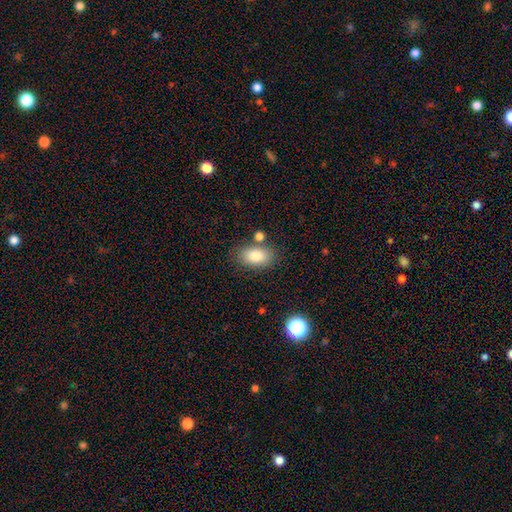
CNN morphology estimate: Smooth or featured: smooth — 85% (featured or disk — 8%)
How rounded: in between — 90% (round — 8%)
Merging: none — 74% (minor disturbance — 13%)